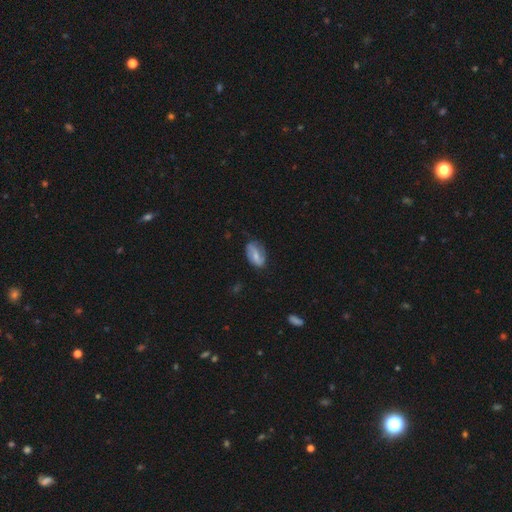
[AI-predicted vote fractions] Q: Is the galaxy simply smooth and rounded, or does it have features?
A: featured or disk — 53%.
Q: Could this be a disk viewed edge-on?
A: no — 95%.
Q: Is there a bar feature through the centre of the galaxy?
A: weak — 46%.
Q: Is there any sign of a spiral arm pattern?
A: yes — 82%.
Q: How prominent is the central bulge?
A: small — 45%.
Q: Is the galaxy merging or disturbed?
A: none — 69%.